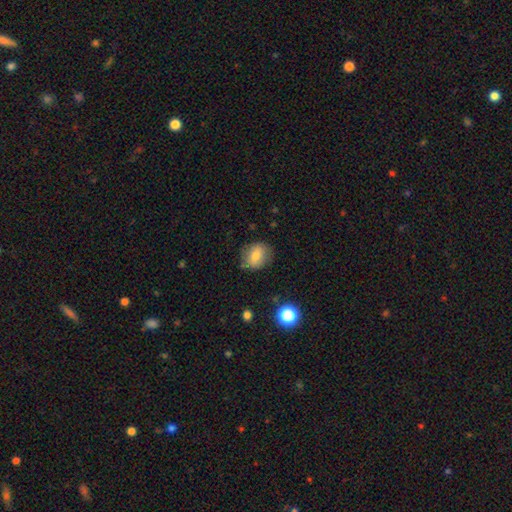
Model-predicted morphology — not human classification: smooth 72%, featured or disk 18%, star or artifact 10%. Down the decision tree: how rounded — round (58%); merging — none (75%).